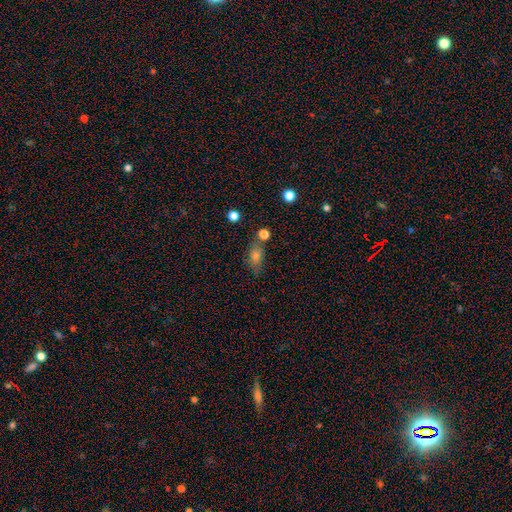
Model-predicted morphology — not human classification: smooth 67%, star or artifact 18%, featured or disk 15%. Down the decision tree: how rounded — in between (71%); merging — none (68%).